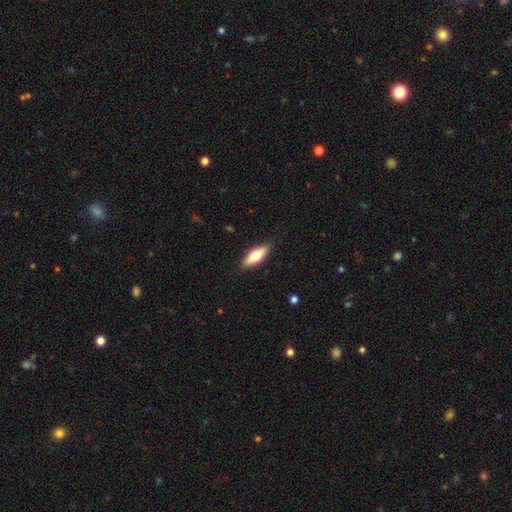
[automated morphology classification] Overall: smooth (65%; featured or disk 30%). How rounded: in between (61%; cigar-shaped 37%). Merging: none (88%).